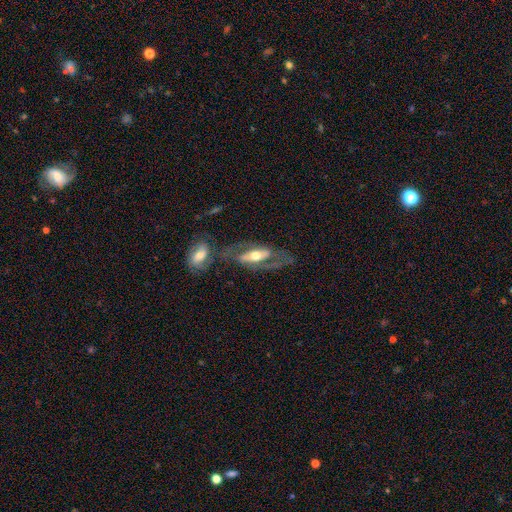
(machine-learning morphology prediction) smooth_or_featured: featured or disk (p=0.72) [alt: smooth p=0.22]
disk_edge_on: no (p=0.79) [alt: yes p=0.21]
bar: no (p=0.38) [alt: strong p=0.36]
has_spiral_arms: yes (p=0.70) [alt: no p=0.30]
bulge_size: moderate (p=0.66) [alt: large p=0.18]
merging: none (p=0.47) [alt: merger p=0.20]